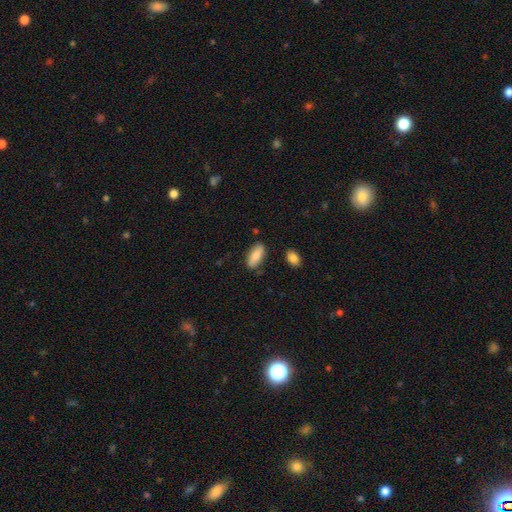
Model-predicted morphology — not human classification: type=smooth (82%); roundness=in between (83%); merging=none (81%).